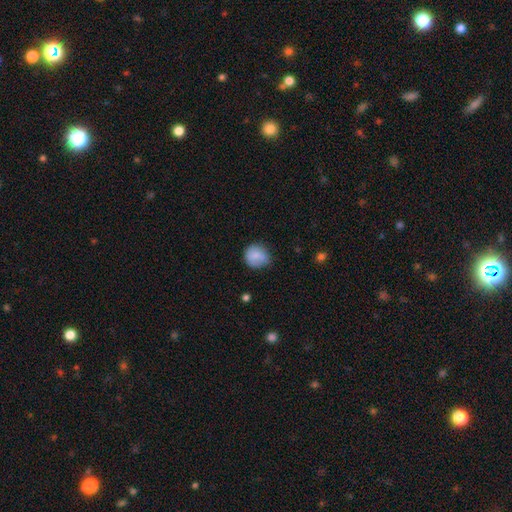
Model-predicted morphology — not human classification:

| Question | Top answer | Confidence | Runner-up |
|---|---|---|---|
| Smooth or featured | smooth | 81% | featured or disk (11%) |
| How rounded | round | 84% | in between (15%) |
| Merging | none | 69% | minor disturbance (23%) |